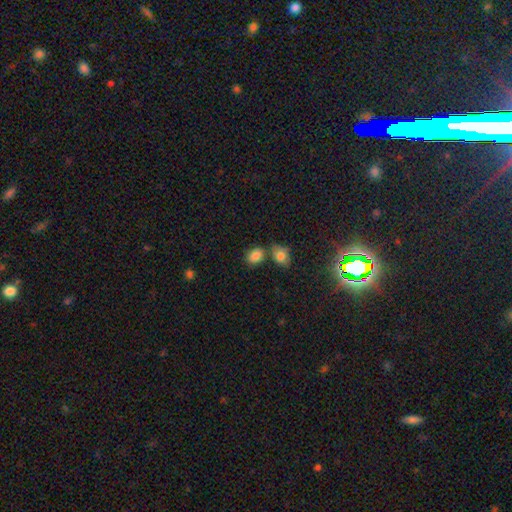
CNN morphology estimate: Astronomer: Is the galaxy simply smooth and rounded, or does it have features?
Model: smooth — 85%.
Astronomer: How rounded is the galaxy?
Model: in between — 73%.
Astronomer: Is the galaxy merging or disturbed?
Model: none — 63%.